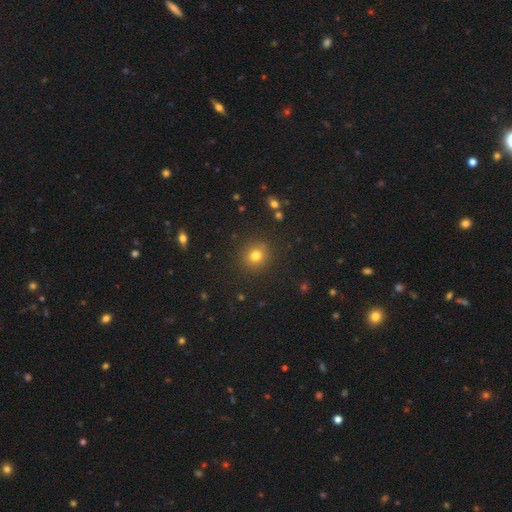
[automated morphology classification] The model was most divided on "smooth or featured": smooth: 79%, star or artifact: 14%, featured or disk: 7%. More confident: merging — none (89%); how rounded — round (86%).